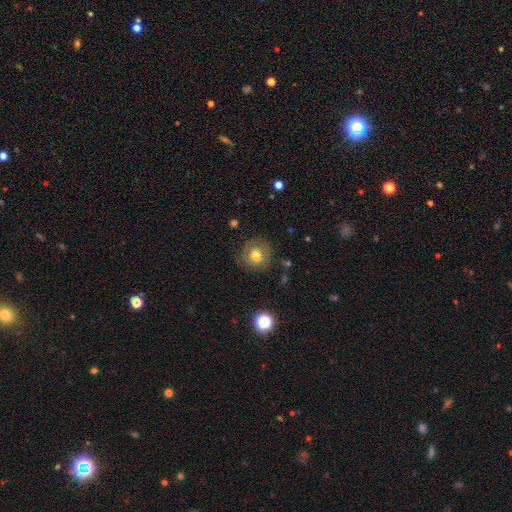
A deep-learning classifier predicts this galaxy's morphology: smooth 54%, featured or disk 35%, star or artifact 10%. Down the decision tree: how rounded — round (85%); merging — none (77%).